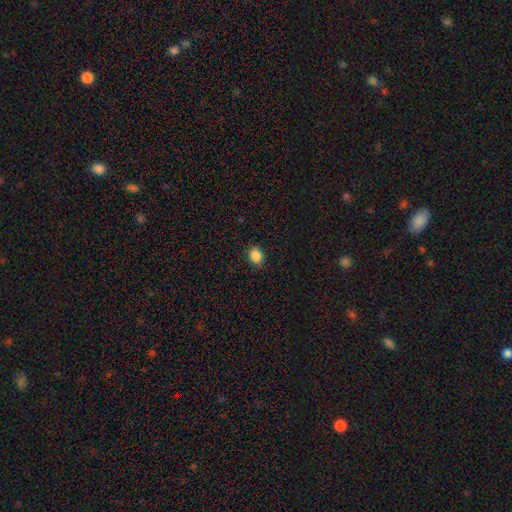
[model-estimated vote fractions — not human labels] Smooth or featured? smooth (86%)
How rounded? in between (50%)
Merging? none (88%)